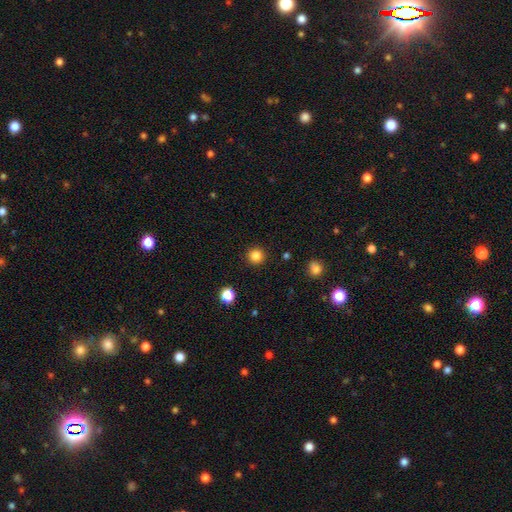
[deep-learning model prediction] This is clearly a smooth galaxy (84%). How rounded: clearly round (95%). Merging: clearly none (92%).